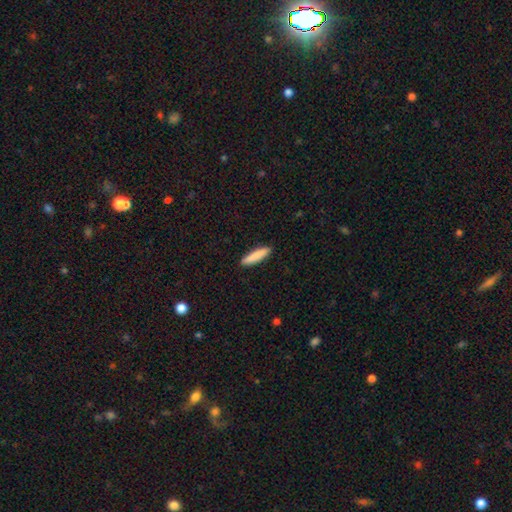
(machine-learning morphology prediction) Overall: smooth (87%). How rounded: cigar-shaped (85%). Merging: none (91%).